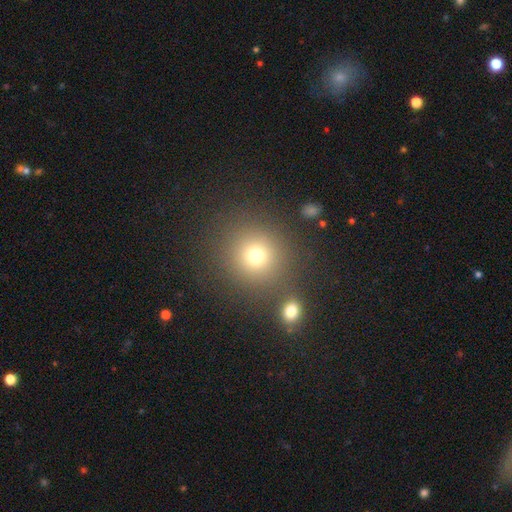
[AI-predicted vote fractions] Morphology: type=smooth (73%); roundness=round (89%); merging=none (78%).